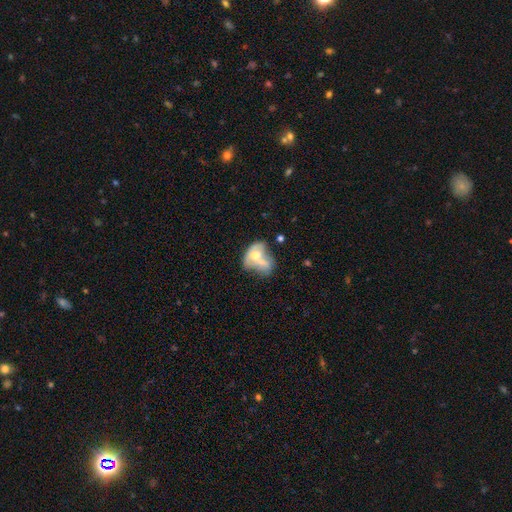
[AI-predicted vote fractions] The model was most divided on "smooth or featured": smooth: 48%, featured or disk: 43%, star or artifact: 9%. More confident: merging — merger (54%).